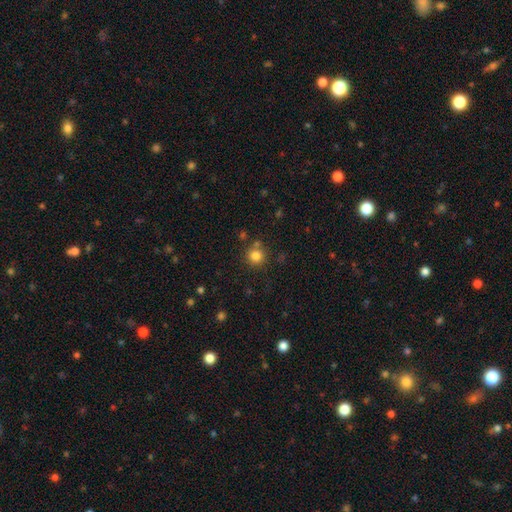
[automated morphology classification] Q: Smooth or featured?
A: smooth (82%); runner-up: star or artifact (13%)
Q: How rounded?
A: round (94%); runner-up: in between (5%)
Q: Merging?
A: none (79%); runner-up: merger (9%)